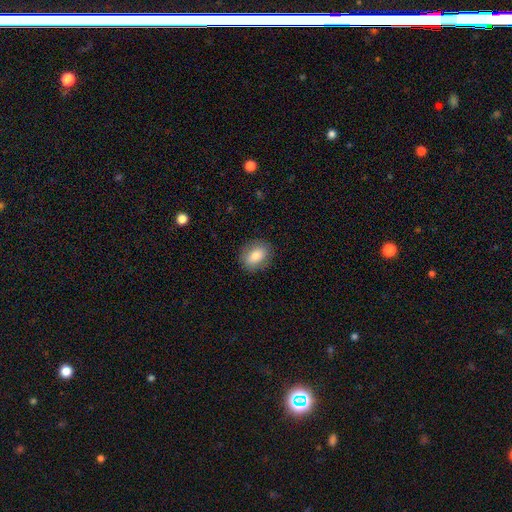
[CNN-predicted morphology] This is likely a smooth galaxy (80%). How rounded: likely in between (67%). Merging: clearly none (85%).